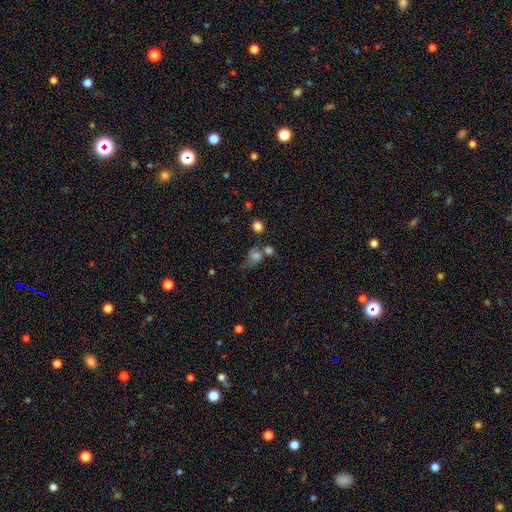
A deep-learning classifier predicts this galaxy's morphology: smooth_or_featured: smooth (p=0.65) [alt: featured or disk p=0.20]
how_rounded: round (p=0.49) [tied with: in between p=0.49]
merging: merger (p=0.31) [tied with: none p=0.31]